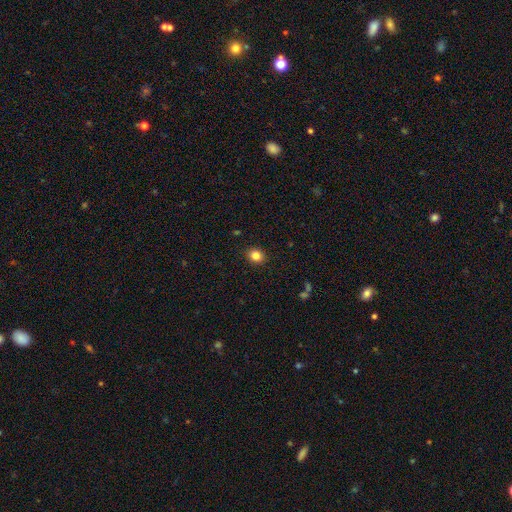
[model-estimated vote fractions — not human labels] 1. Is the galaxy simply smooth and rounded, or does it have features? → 84% smooth, 11% star or artifact, 5% featured or disk.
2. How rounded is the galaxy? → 65% round, 35% in between, 1% cigar-shaped.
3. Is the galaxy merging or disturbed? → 90% none, 7% minor disturbance, 2% major disturbance, 1% merger.